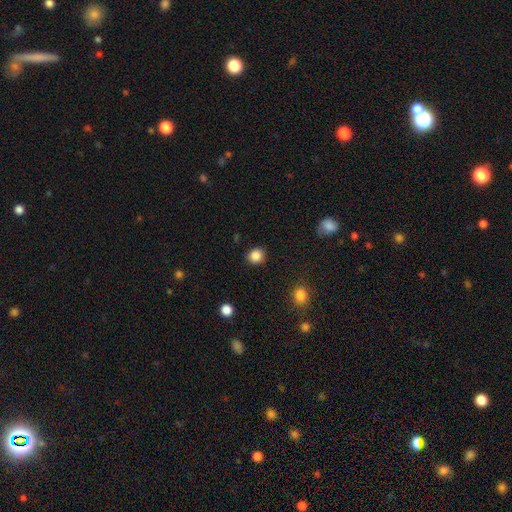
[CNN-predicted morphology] smooth_or_featured: smooth (p=0.86) [alt: star or artifact p=0.10]
how_rounded: round (p=0.86) [alt: in between p=0.13]
merging: none (p=0.90) [alt: minor disturbance p=0.06]